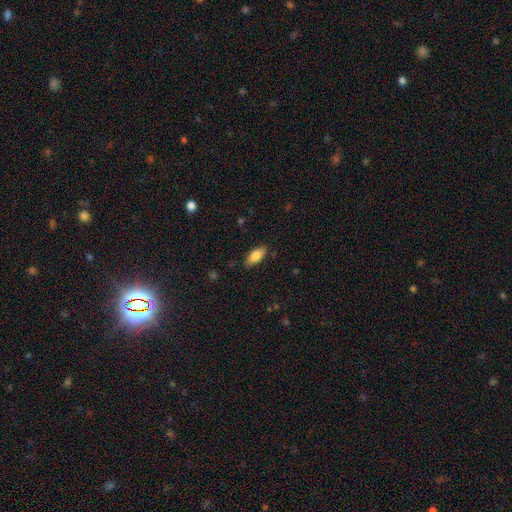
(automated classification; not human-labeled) A smooth galaxy with no disk features (81%) that is in between round and cigar-shaped (85%). Merging: none (85%).